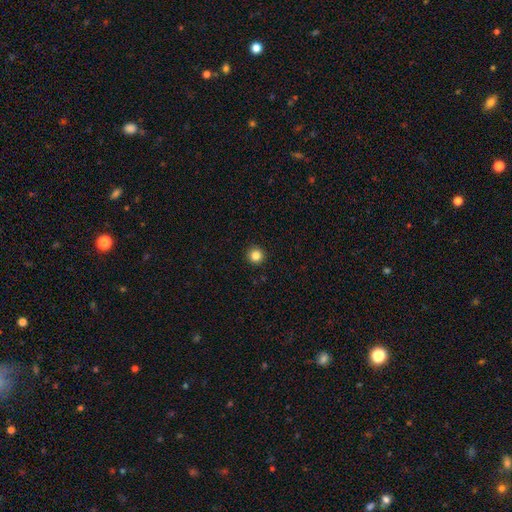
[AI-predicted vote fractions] This appears to be a smooth galaxy with no disk features (84%) that is round (96%). Merging: none (93%).